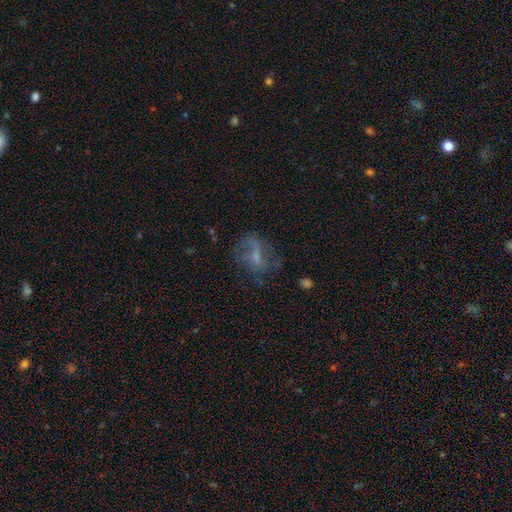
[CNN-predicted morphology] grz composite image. It shows a featured or disk galaxy (53%) with a weak bar (44%), spiral arms (59%) and a small central bulge (38%). Merging: none (50%).